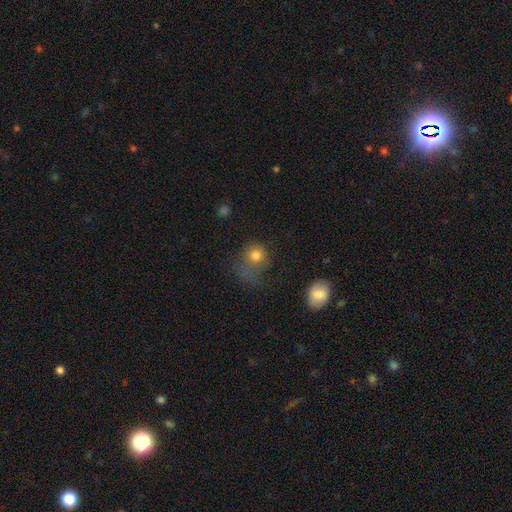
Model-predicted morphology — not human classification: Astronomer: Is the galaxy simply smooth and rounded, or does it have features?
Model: smooth — 75%.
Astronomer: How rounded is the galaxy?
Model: round — 75%.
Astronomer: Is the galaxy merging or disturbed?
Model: major disturbance — 39% (runner-up: none, 31%).